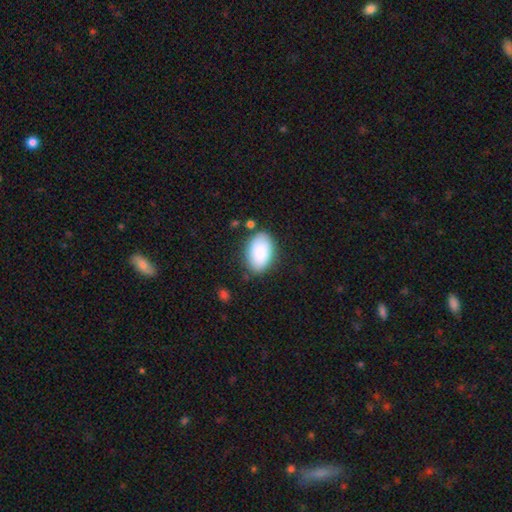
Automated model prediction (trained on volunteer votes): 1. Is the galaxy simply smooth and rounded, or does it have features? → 88% smooth, 6% star or artifact, 6% featured or disk.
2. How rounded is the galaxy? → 92% in between, 7% round, 1% cigar-shaped.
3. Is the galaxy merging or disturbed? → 80% none, 13% minor disturbance, 4% major disturbance, 3% merger.